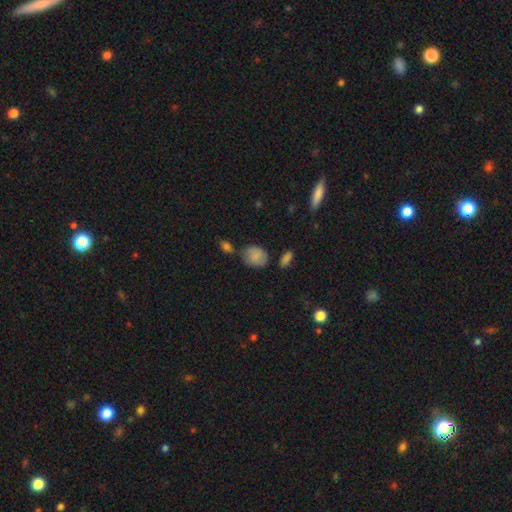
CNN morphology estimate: A smooth galaxy with no disk features (82%) that is round (51%).

Vote fractions:
- Smooth or featured? smooth: 82% / featured or disk: 9% / star or artifact: 9%
- How rounded? round: 51% / in between: 47% / cigar-shaped: 1%
- Merging? none: 65% / minor disturbance: 22% / merger: 8% / major disturbance: 5%